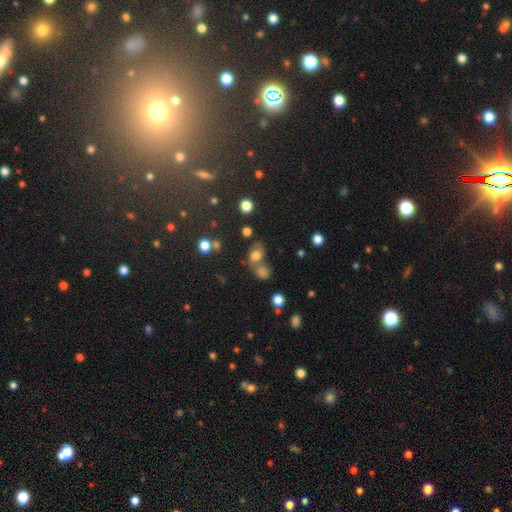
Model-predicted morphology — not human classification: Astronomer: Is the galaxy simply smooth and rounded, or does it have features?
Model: smooth — 67%.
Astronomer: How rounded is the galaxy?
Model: in between — 57% (runner-up: round, 41%).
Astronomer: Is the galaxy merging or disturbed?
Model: merger — 41% (runner-up: none, 37%).